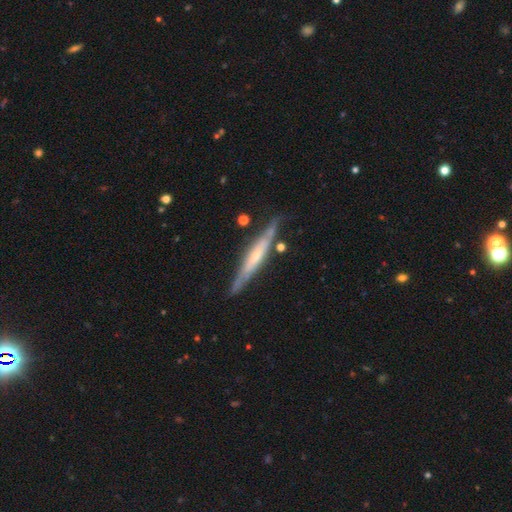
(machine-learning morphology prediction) A featured or disk galaxy (70%) viewed edge-on (90%) with a rounded central bulge (50%).

Vote fractions:
- Smooth or featured? featured or disk: 70% / smooth: 25% / star or artifact: 6%
- Edge-on disk? yes: 90% / no: 10%
- Edge-on bulge? rounded: 50% / none: 39% / boxy: 12%
- Merging? none: 78% / minor disturbance: 15% / merger: 4% / major disturbance: 3%